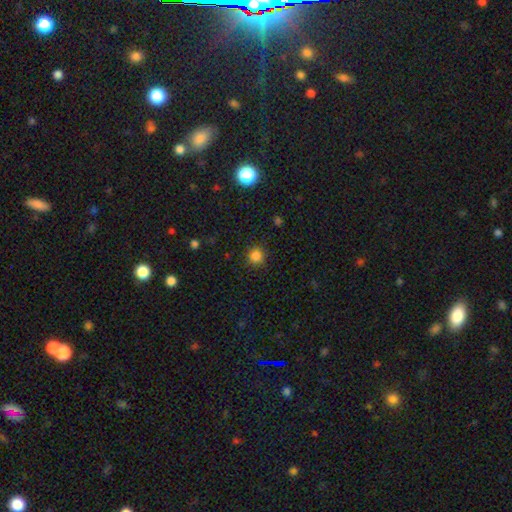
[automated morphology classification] A smooth galaxy with no disk features (83%) that is round (92%).

Vote fractions:
- Smooth or featured? smooth: 83% / star or artifact: 13% / featured or disk: 3%
- How rounded? round: 92% / in between: 7% / cigar-shaped: 1%
- Merging? none: 88% / minor disturbance: 8% / major disturbance: 2% / merger: 1%